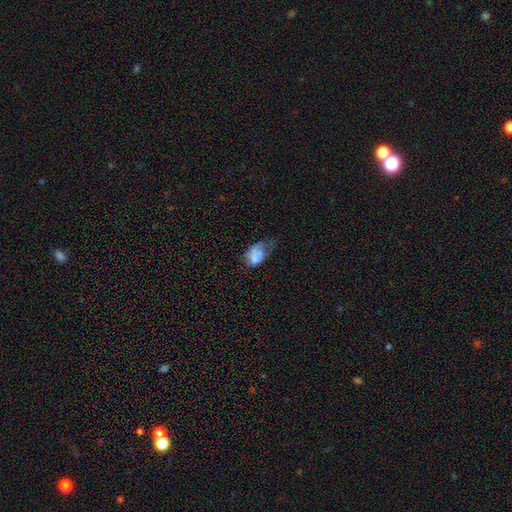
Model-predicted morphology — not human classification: Smooth or featured: smooth — 67% (featured or disk — 20%)
How rounded: in between — 81% (round — 17%)
Merging: major disturbance — 34% (tied with minor disturbance — 34%)